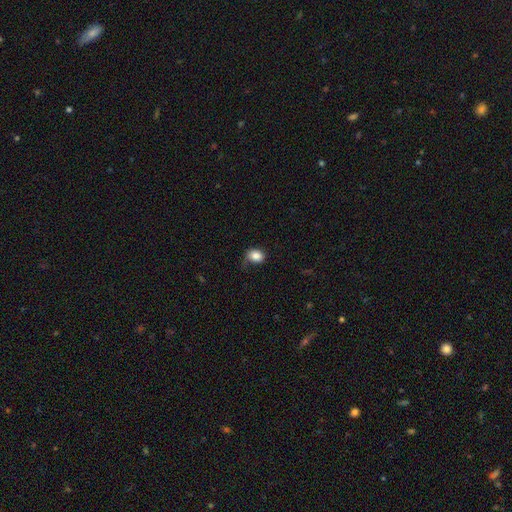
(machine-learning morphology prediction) Smooth or featured? Predicted: smooth (p=0.84). How rounded? Predicted: in between (p=0.54). Merging? Predicted: none (p=0.56).